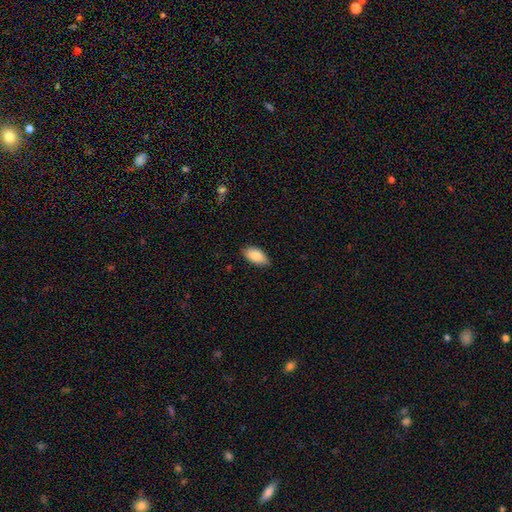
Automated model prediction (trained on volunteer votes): A smooth galaxy with no disk features (86%) that is in between round and cigar-shaped (93%).

Vote fractions:
- Smooth or featured? smooth: 86% / featured or disk: 8% / star or artifact: 6%
- How rounded? in between: 93% / cigar-shaped: 4% / round: 3%
- Merging? none: 84% / minor disturbance: 13% / major disturbance: 2% / merger: 1%